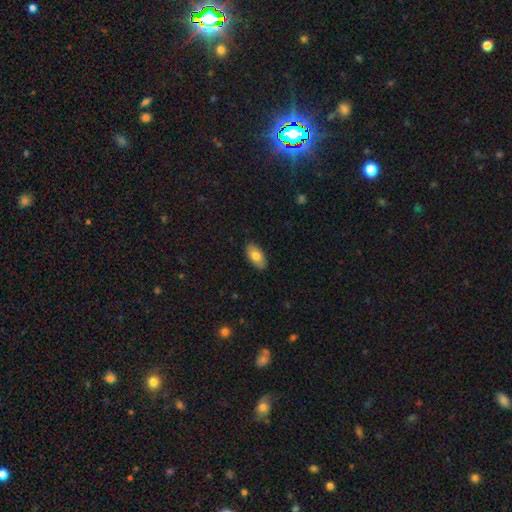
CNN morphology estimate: A smooth galaxy with no disk features (79%) that is in between round and cigar-shaped (93%).

Vote fractions:
- Smooth or featured? smooth: 79% / featured or disk: 15% / star or artifact: 6%
- How rounded? in between: 93% / cigar-shaped: 4% / round: 3%
- Merging? none: 88% / minor disturbance: 9% / major disturbance: 2% / merger: 1%